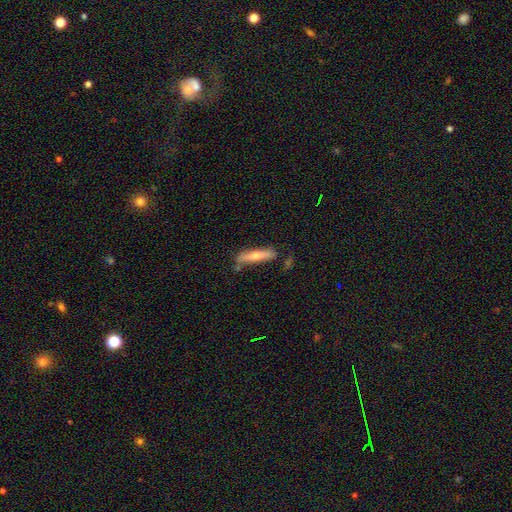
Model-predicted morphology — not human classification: featured or disk 52%, smooth 41%, star or artifact 7%. Down the decision tree: edge-on disk — yes (87%); merging — none (76%).